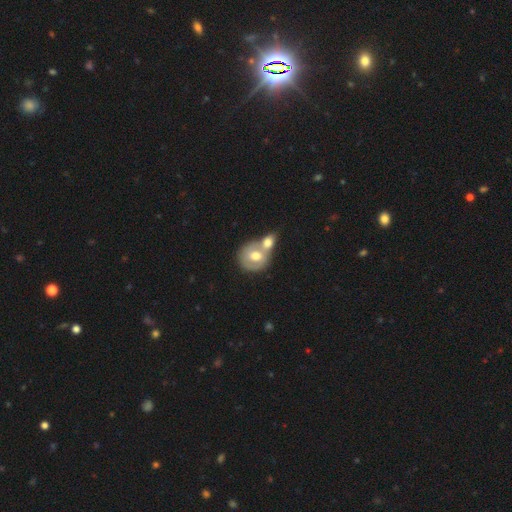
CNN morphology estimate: Smooth or featured?
  - smooth: 54% *
  - featured or disk: 39%
  - star or artifact: 6%
How rounded?
  - round: 73% *
  - in between: 26%
  - cigar-shaped: 1%
Merging?
  - merger: 66% *
  - none: 23%
  - minor disturbance: 8%
  - major disturbance: 4%